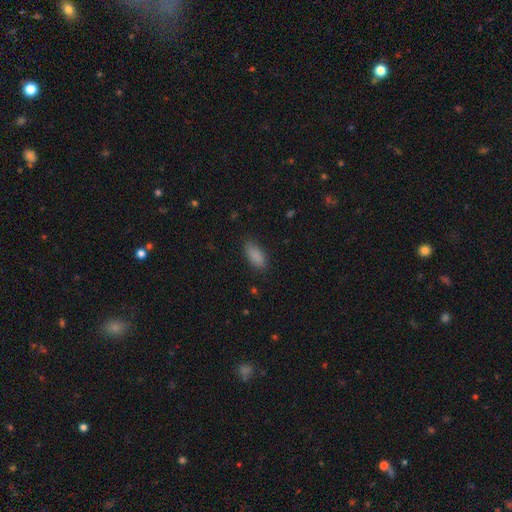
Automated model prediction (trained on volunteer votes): The model was most divided on "merging": none: 80%, minor disturbance: 16%, major disturbance: 4%, merger: 1%. More confident: smooth or featured — smooth (88%); how rounded — in between (84%).